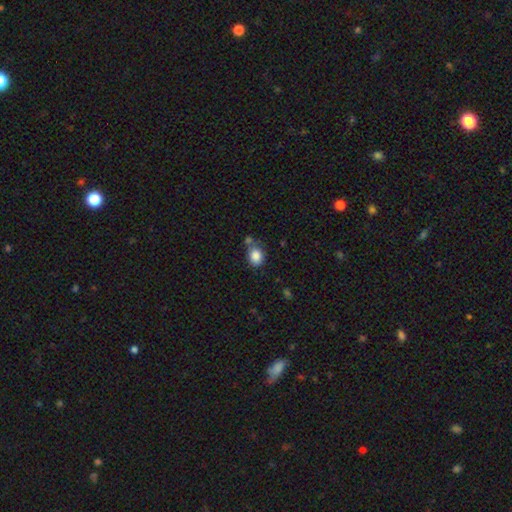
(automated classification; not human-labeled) A smooth galaxy with no disk features (85%) that is round (54%). Merging: none (60%).